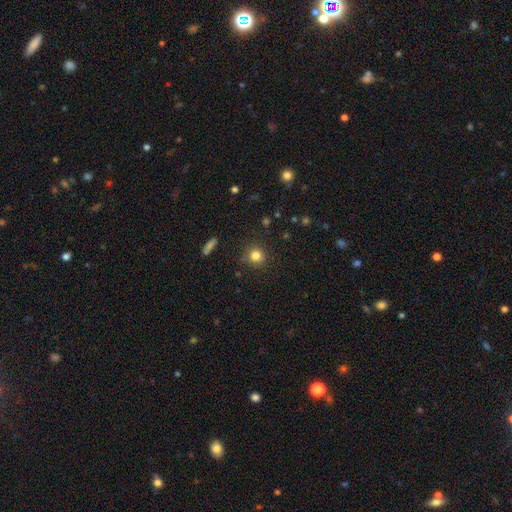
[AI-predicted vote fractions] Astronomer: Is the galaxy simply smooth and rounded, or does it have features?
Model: smooth — 81%.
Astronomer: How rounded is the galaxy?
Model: round — 90%.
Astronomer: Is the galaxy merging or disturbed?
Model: none — 85%.